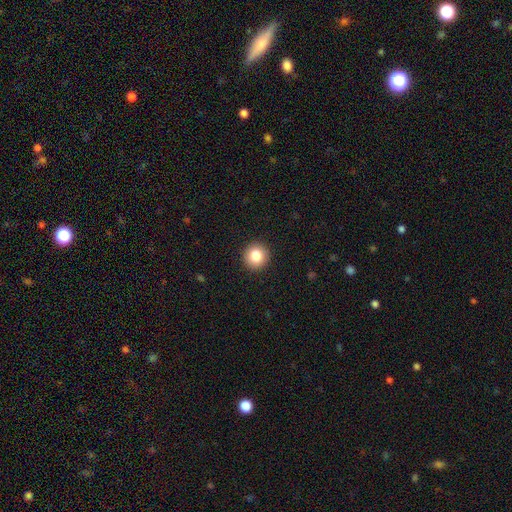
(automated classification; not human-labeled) Smooth or featured?
  - smooth: 82% *
  - star or artifact: 10%
  - featured or disk: 8%
How rounded?
  - round: 94% *
  - in between: 5%
  - cigar-shaped: 1%
Merging?
  - none: 93% *
  - minor disturbance: 4%
  - major disturbance: 2%
  - merger: 1%